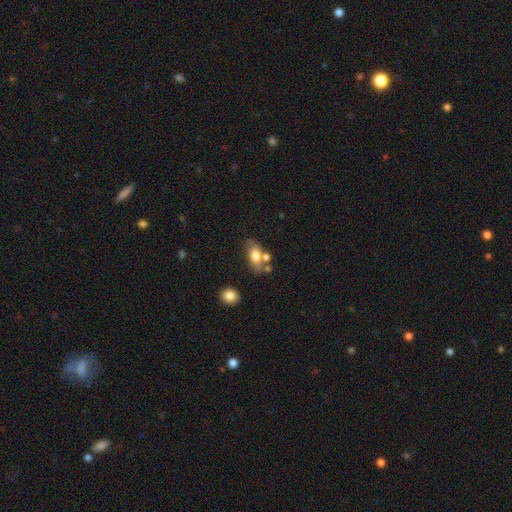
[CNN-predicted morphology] A smooth galaxy with no disk features (70%) that is in between round and cigar-shaped (84%).

Vote fractions:
- Smooth or featured? smooth: 70% / featured or disk: 21% / star or artifact: 8%
- How rounded? in between: 84% / round: 9% / cigar-shaped: 7%
- Merging? none: 52% / merger: 22% / minor disturbance: 19% / major disturbance: 7%